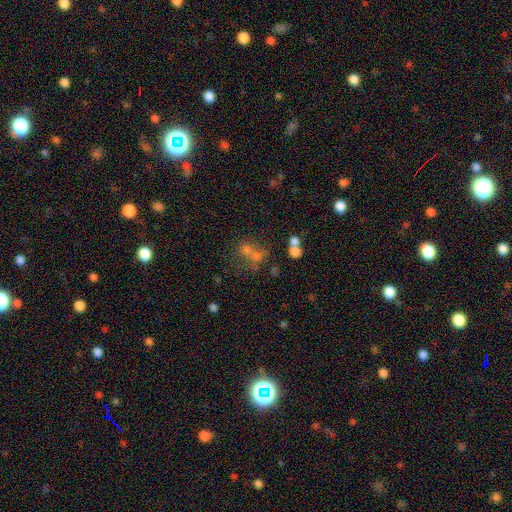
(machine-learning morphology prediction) smooth_or_featured: smooth (p=0.48) [alt: star or artifact p=0.31]
merging: merger (p=0.43) [alt: none p=0.40]